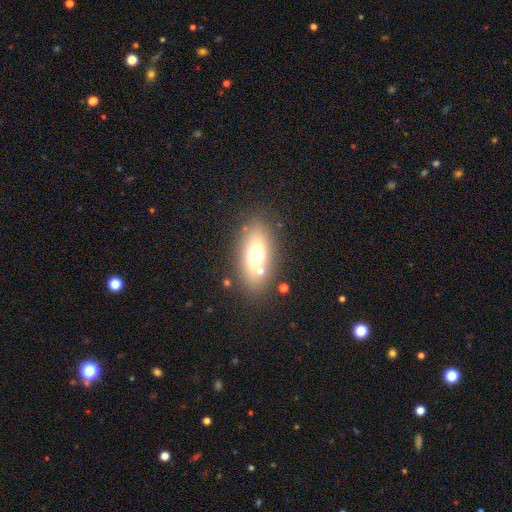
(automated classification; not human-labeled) Morphology: type=smooth (66%); roundness=in between (81%); merging=none (78%).